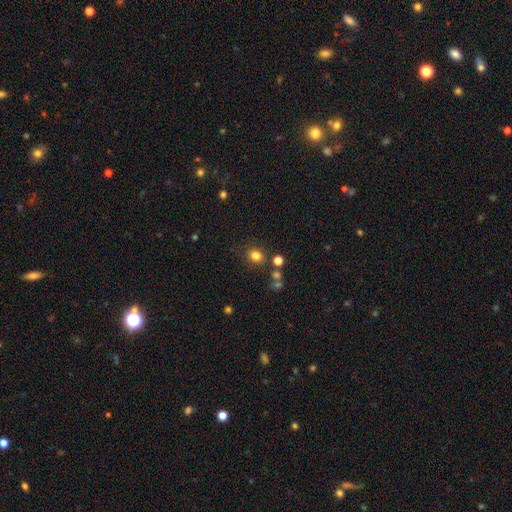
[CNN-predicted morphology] Smooth or featured: smooth — 79% (star or artifact — 14%)
How rounded: round — 72% (in between — 27%)
Merging: none — 79% (minor disturbance — 11%)